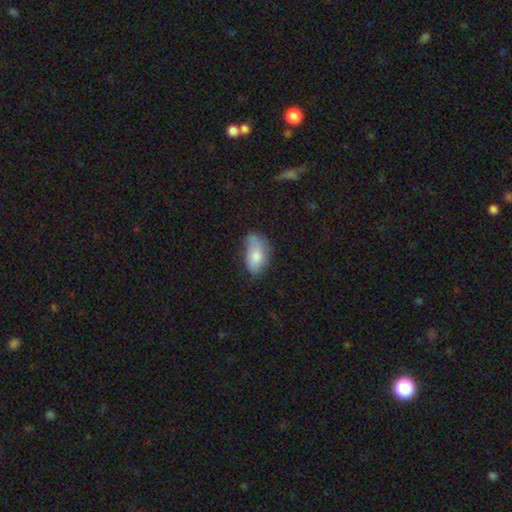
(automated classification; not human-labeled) A smooth galaxy with no disk features (78%) that is in between round and cigar-shaped (93%).

Vote fractions:
- Smooth or featured? smooth: 78% / featured or disk: 15% / star or artifact: 7%
- How rounded? in between: 93% / round: 5% / cigar-shaped: 3%
- Merging? none: 42% / minor disturbance: 38% / major disturbance: 16% / merger: 4%